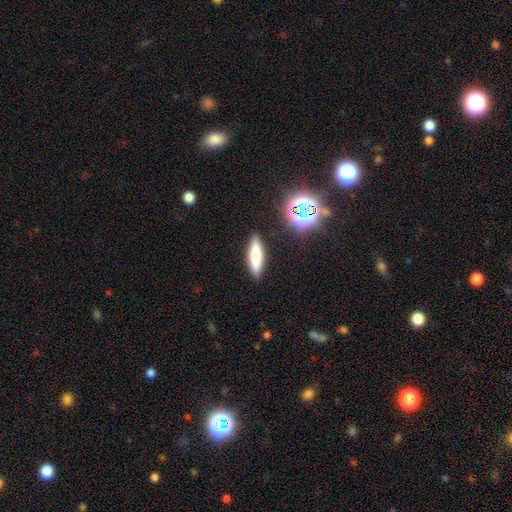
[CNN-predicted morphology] smooth-or-featured: smooth: 72% | featured or disk: 18% | star or artifact: 9%
  how-rounded: cigar-shaped: 72% | in between: 26% | round: 2%
  merging: none: 88% | minor disturbance: 8% | major disturbance: 2% | merger: 2%